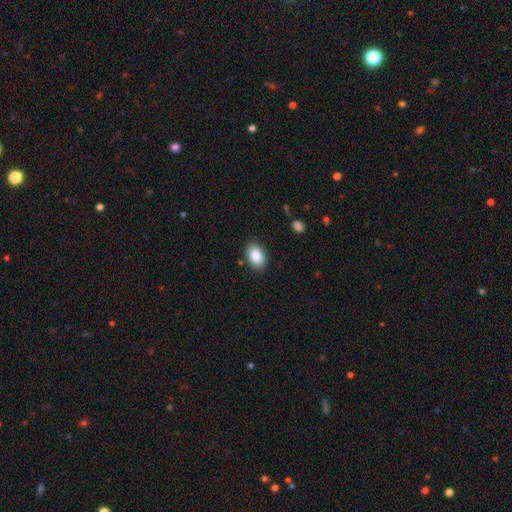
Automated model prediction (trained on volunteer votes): The model was most divided on "merging": none: 86%, minor disturbance: 10%, major disturbance: 2%, merger: 2%. More confident: how rounded — in between (88%); smooth or featured — smooth (87%).